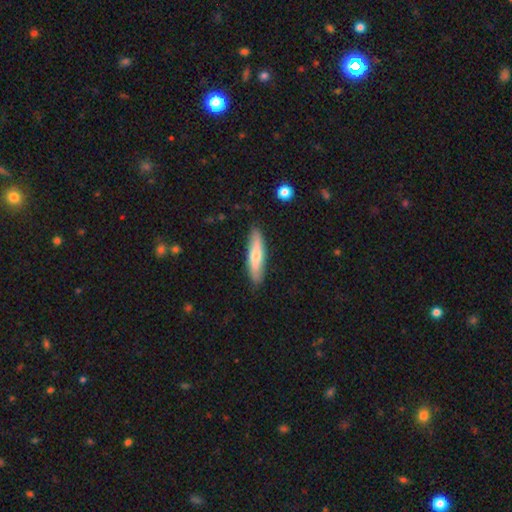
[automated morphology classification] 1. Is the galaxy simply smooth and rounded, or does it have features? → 62% smooth, 33% featured or disk, 5% star or artifact.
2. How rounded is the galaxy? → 77% cigar-shaped, 22% in between, 2% round.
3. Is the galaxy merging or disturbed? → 86% none, 10% minor disturbance, 2% major disturbance, 1% merger.